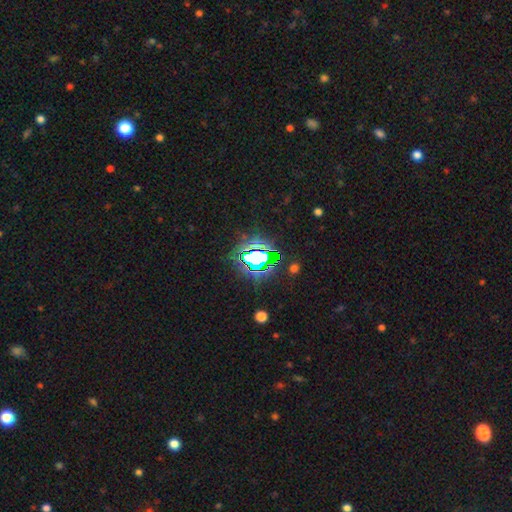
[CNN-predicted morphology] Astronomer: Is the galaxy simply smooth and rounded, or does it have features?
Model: star or artifact — 71%.